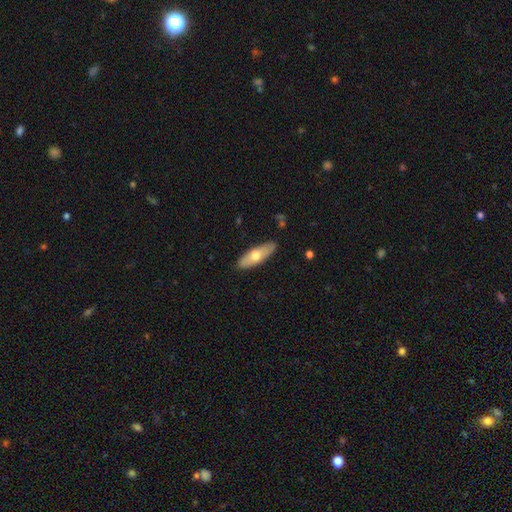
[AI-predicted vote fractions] Smooth or featured?
  - smooth: 60% *
  - featured or disk: 34%
  - star or artifact: 6%
How rounded?
  - in between: 59% *
  - cigar-shaped: 39%
  - round: 2%
Merging?
  - none: 86% *
  - minor disturbance: 11%
  - major disturbance: 2%
  - merger: 2%